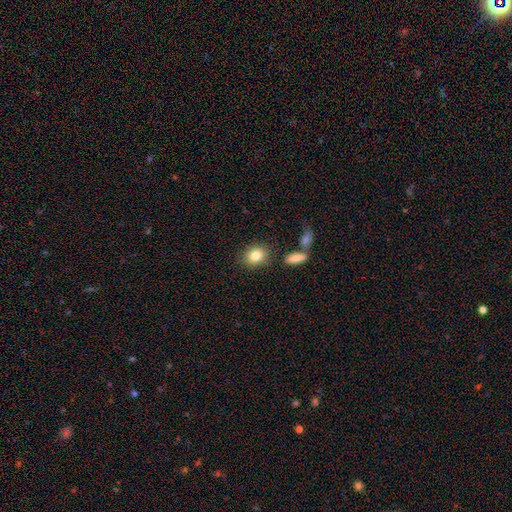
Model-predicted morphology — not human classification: type=smooth (81%); roundness=round (53%); merging=none (82%).